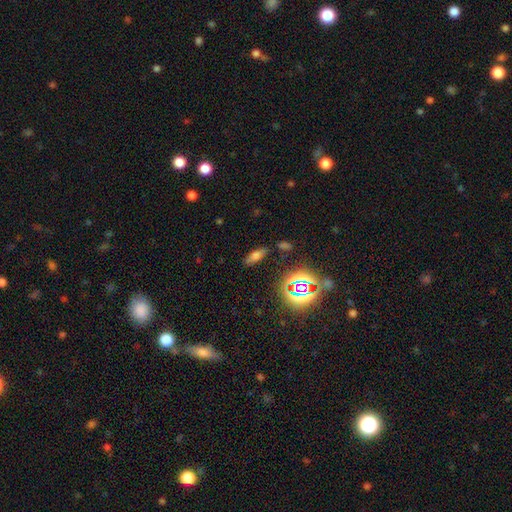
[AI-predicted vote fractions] The model was most divided on "how rounded": in between: 66%, cigar-shaped: 29%, round: 5%. More confident: merging — none (81%); smooth or featured — smooth (62%).